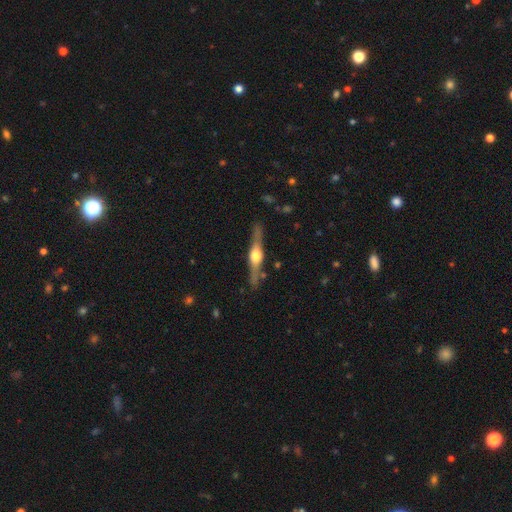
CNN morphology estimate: A featured or disk galaxy (77%) viewed edge-on (97%) with a rounded central bulge (93%). Merging: none (86%).